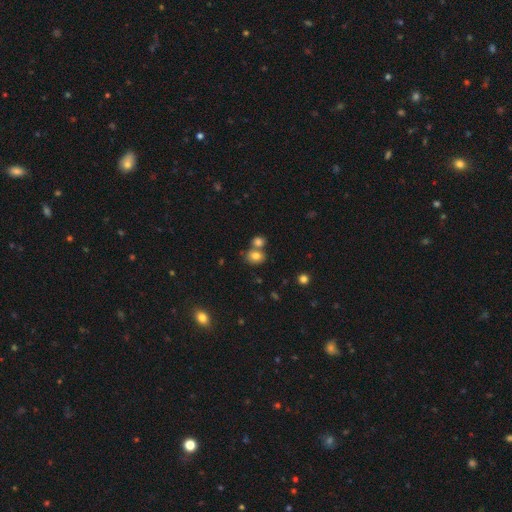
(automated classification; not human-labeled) Smooth or featured?
  - smooth: 78% *
  - star or artifact: 12%
  - featured or disk: 10%
How rounded?
  - round: 54% *
  - in between: 45%
  - cigar-shaped: 1%
Merging?
  - none: 51% *
  - merger: 36%
  - minor disturbance: 9%
  - major disturbance: 3%